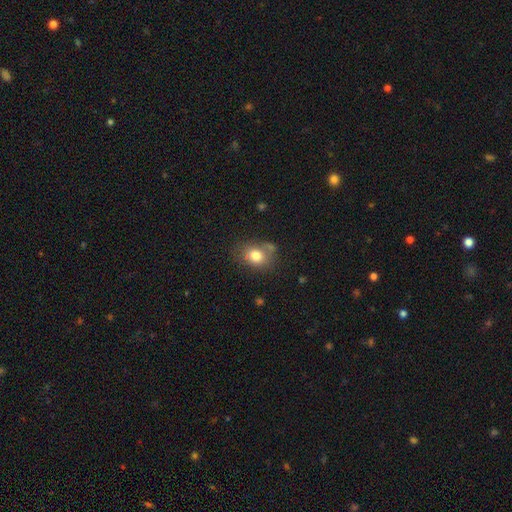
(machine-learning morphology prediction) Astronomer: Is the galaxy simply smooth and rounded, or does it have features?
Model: smooth — 78%.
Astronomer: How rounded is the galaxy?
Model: in between — 52% (runner-up: round, 47%).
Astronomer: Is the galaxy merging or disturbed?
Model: none — 62%.